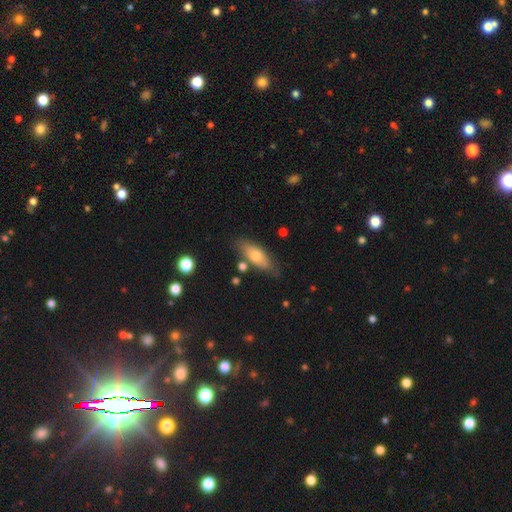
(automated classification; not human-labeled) Smooth or featured: smooth — 65% (featured or disk — 29%)
How rounded: in between — 70% (cigar-shaped — 27%)
Merging: none — 74% (minor disturbance — 17%)